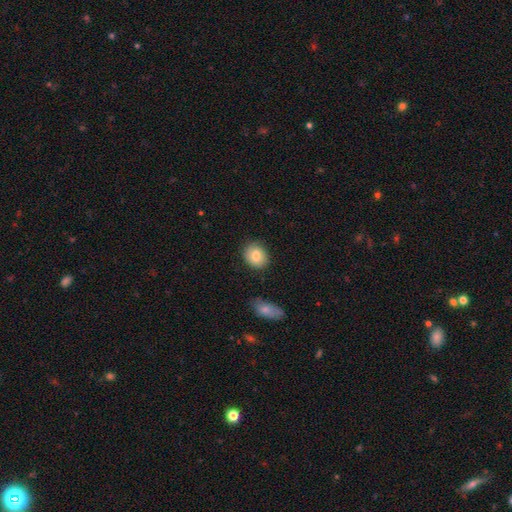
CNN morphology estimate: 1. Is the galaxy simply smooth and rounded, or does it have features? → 82% smooth, 11% featured or disk, 7% star or artifact.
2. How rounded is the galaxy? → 58% round, 41% in between, 1% cigar-shaped.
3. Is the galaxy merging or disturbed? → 84% none, 11% minor disturbance, 3% merger, 2% major disturbance.